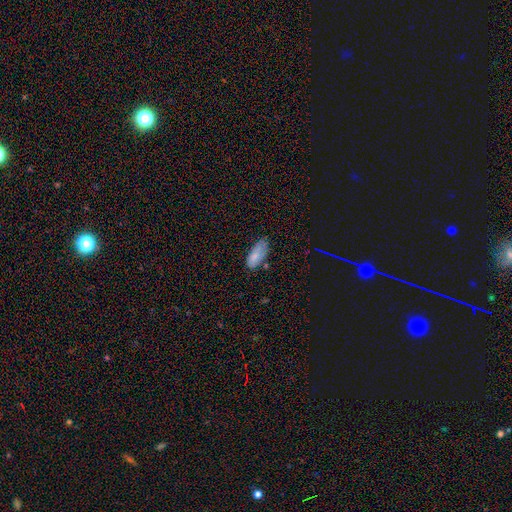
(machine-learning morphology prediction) A smooth galaxy with no disk features (79%) that is in between round and cigar-shaped (86%).

Vote fractions:
- Smooth or featured? smooth: 79% / featured or disk: 13% / star or artifact: 8%
- How rounded? in between: 86% / cigar-shaped: 11% / round: 2%
- Merging? none: 63% / minor disturbance: 27% / major disturbance: 6% / merger: 4%